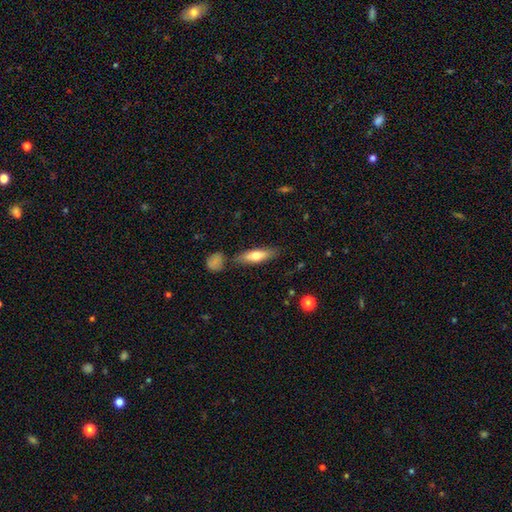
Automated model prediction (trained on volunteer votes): Q: Smooth or featured?
A: smooth (63%); runner-up: featured or disk (30%)
Q: How rounded?
A: cigar-shaped (56%); runner-up: in between (42%)
Q: Merging?
A: none (77%); runner-up: minor disturbance (14%)